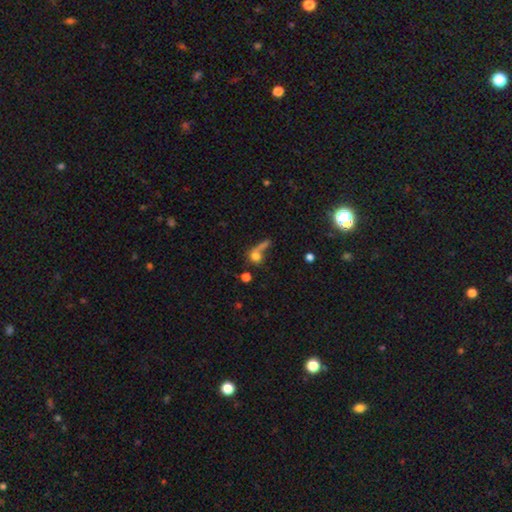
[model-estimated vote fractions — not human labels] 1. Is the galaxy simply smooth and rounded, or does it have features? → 71% smooth, 16% featured or disk, 13% star or artifact.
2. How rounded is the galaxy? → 74% round, 20% in between, 6% cigar-shaped.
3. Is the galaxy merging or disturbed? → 39% none, 35% merger, 15% major disturbance, 11% minor disturbance.